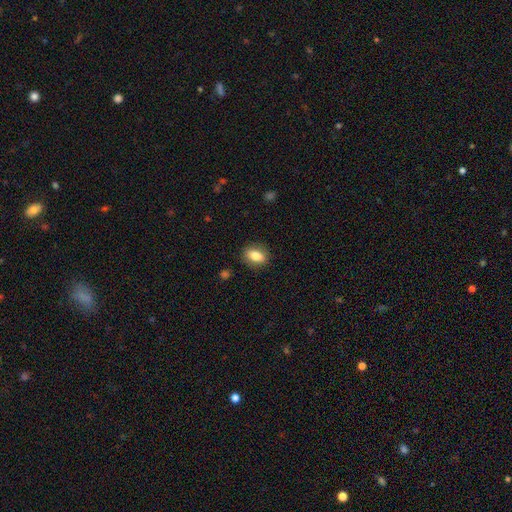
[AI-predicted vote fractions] Overall: smooth (82%). How rounded: in between (77%). Merging: none (87%).